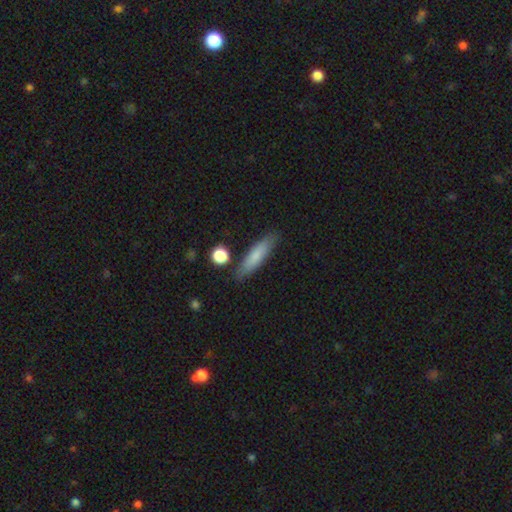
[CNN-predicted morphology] Smooth or featured? Predicted: smooth (p=0.75). How rounded? Predicted: cigar-shaped (p=0.73). Merging? Predicted: none (p=0.81).